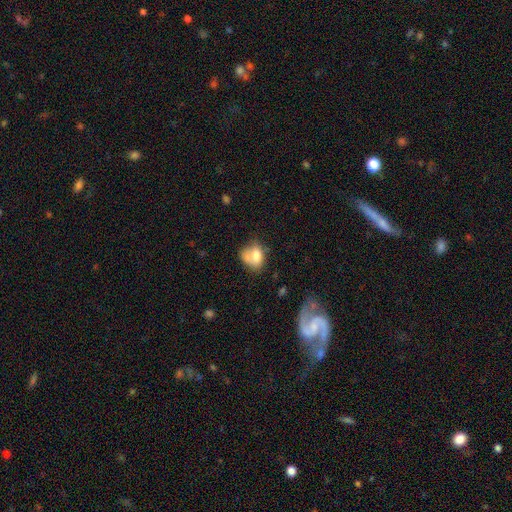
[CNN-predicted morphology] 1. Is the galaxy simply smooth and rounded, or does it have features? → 69% smooth, 22% featured or disk, 9% star or artifact.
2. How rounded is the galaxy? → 59% in between, 40% round, 1% cigar-shaped.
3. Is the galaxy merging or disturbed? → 34% none, 27% minor disturbance, 21% major disturbance, 18% merger.